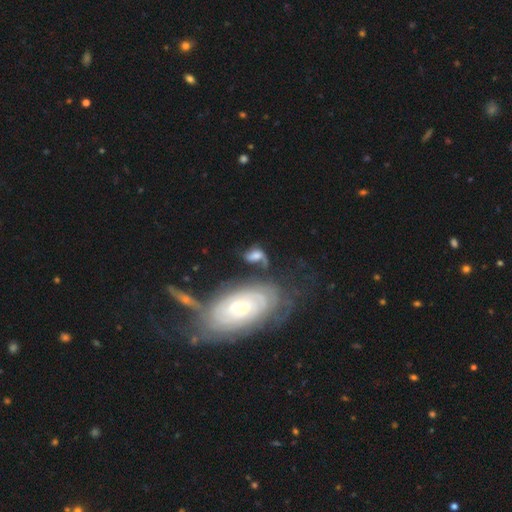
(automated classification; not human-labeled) smooth-or-featured: featured or disk: 51% | smooth: 38% | star or artifact: 11%
  disk-edge-on: no: 94% | yes: 6%
  merging: none: 34% | merger: 27% | major disturbance: 20% | minor disturbance: 19%